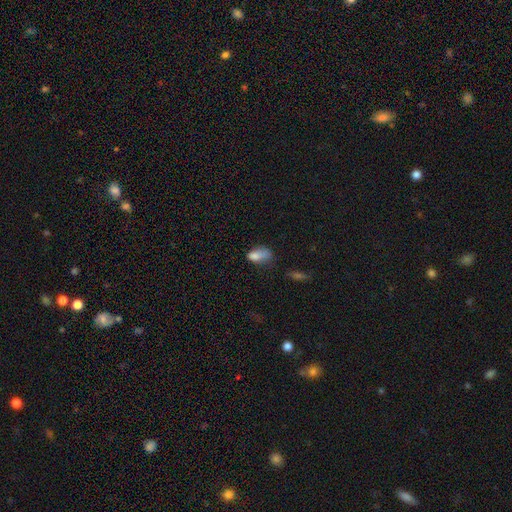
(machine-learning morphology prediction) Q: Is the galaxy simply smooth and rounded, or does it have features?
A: smooth — 76%.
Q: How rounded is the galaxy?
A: in between — 86%.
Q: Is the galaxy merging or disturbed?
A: minor disturbance — 33%.